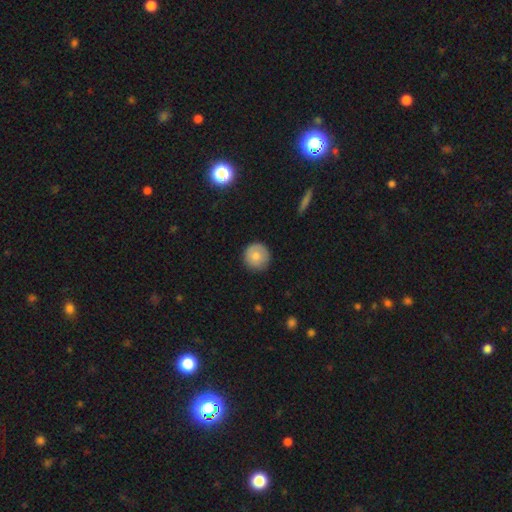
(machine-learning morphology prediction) smooth-or-featured: smooth: 79% | featured or disk: 13% | star or artifact: 7%
  how-rounded: round: 95% | in between: 4% | cigar-shaped: 1%
  merging: none: 87% | minor disturbance: 10% | major disturbance: 2% | merger: 1%